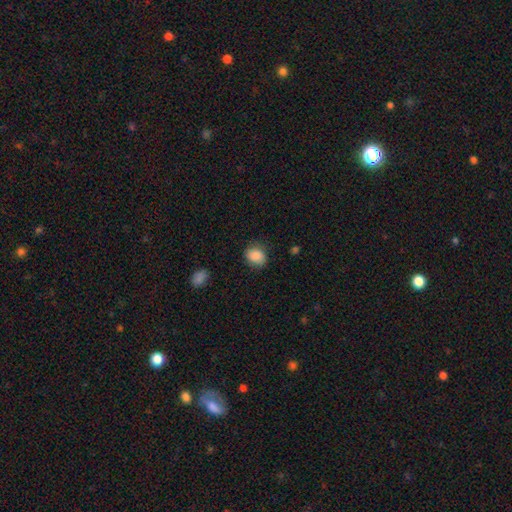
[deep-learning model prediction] smooth 88%, star or artifact 8%, featured or disk 4%. Down the decision tree: how rounded — round (52%); merging — none (77%).